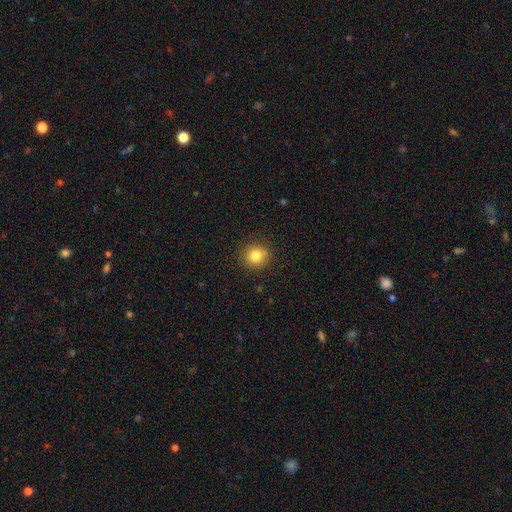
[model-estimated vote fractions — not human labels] Morphology: type=smooth (80%); roundness=round (92%); merging=none (87%).